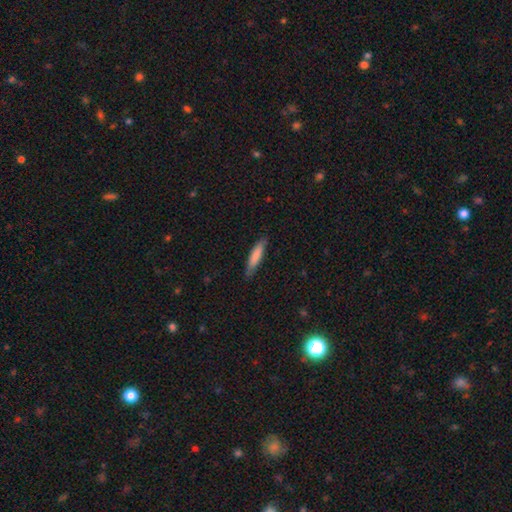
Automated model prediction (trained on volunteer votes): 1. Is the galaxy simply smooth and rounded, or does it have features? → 82% smooth, 13% featured or disk, 5% star or artifact.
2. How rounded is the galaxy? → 84% cigar-shaped, 15% in between, 1% round.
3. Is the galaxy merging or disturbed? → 84% none, 13% minor disturbance, 2% major disturbance, 1% merger.